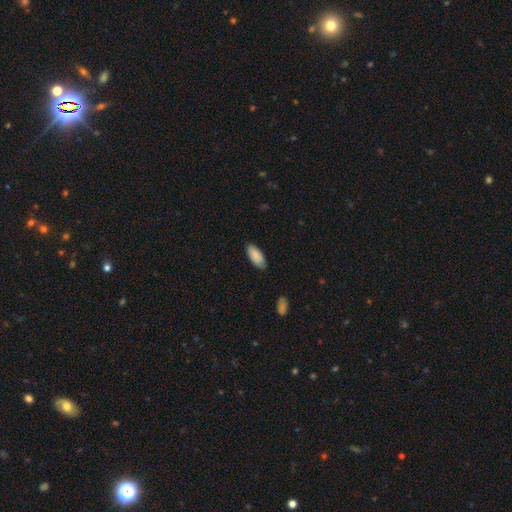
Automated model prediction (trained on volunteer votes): A smooth galaxy with no disk features (88%) that is in between round and cigar-shaped (90%). Merging: none (82%).